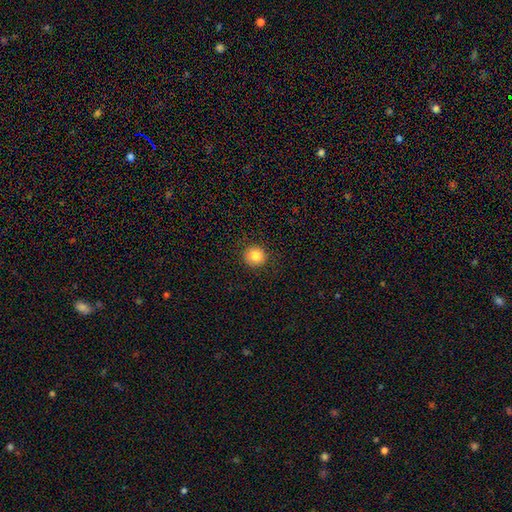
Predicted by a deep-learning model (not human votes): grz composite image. It shows a smooth galaxy with no disk features (84%) that is round (91%). Merging: none (89%).